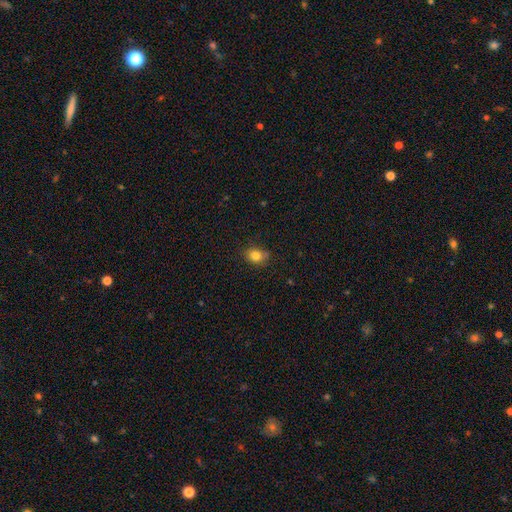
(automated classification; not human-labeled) smooth_or_featured: smooth (p=0.83) [alt: star or artifact p=0.11]
how_rounded: in between (p=0.51) [alt: round p=0.48]
merging: none (p=0.74) [alt: minor disturbance p=0.20]